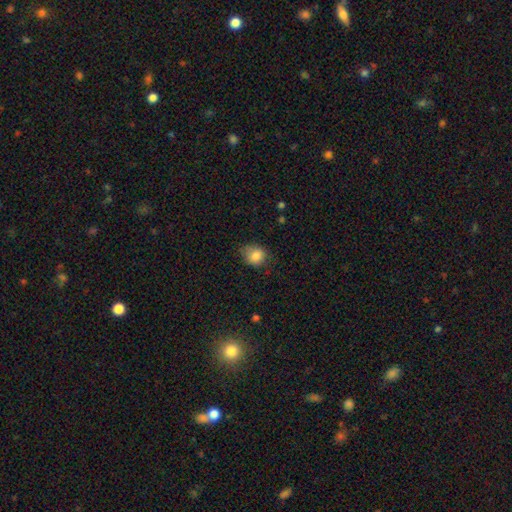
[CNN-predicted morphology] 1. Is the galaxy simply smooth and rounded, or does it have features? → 84% smooth, 9% star or artifact, 6% featured or disk.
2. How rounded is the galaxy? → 63% round, 36% in between, 1% cigar-shaped.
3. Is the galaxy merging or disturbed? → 59% none, 32% minor disturbance, 8% major disturbance, 1% merger.